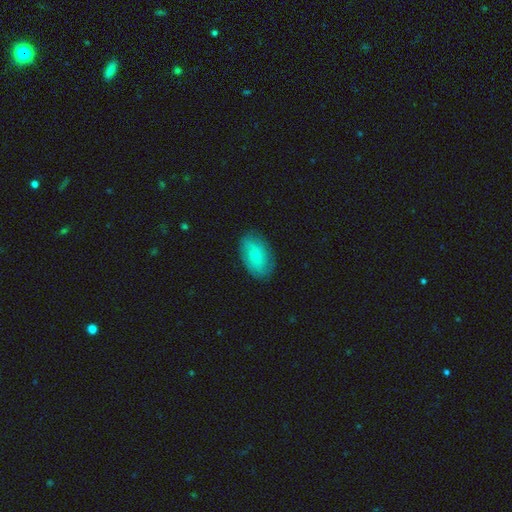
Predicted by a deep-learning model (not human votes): Smooth or featured: smooth — 61% (featured or disk — 32%)
How rounded: in between — 89% (round — 9%)
Merging: none — 80% (minor disturbance — 15%)